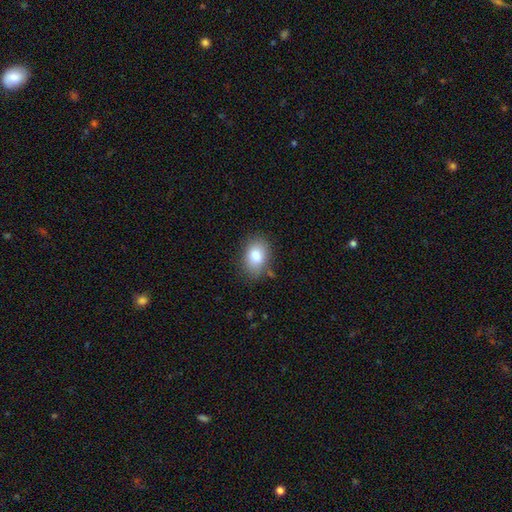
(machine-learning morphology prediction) Overall: smooth (82%). How rounded: in between (79%). Merging: none (75%).